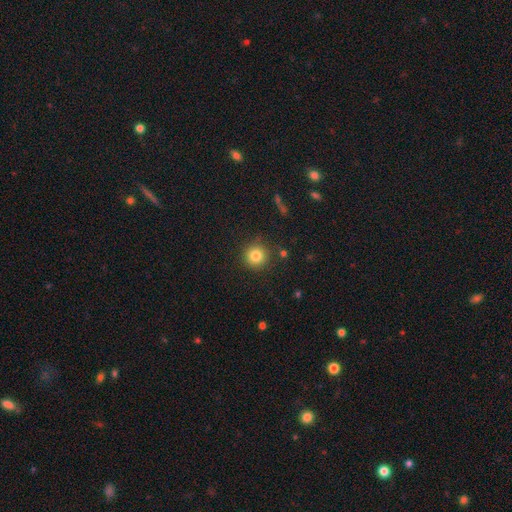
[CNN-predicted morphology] A smooth galaxy with no disk features (82%) that is round (95%).

Vote fractions:
- Smooth or featured? smooth: 82% / star or artifact: 12% / featured or disk: 6%
- How rounded? round: 95% / in between: 4% / cigar-shaped: 1%
- Merging? none: 89% / minor disturbance: 7% / major disturbance: 2% / merger: 2%